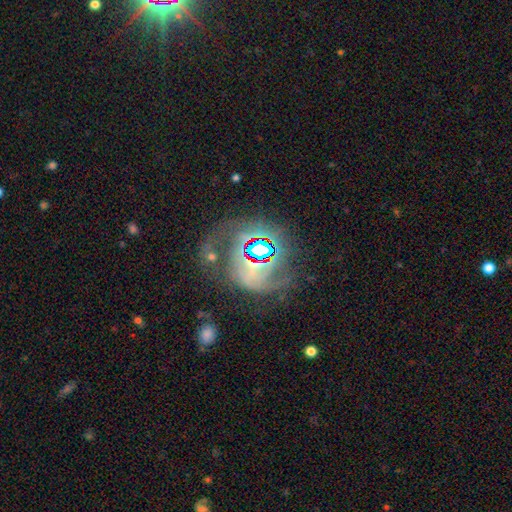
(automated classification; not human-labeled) This is possibly a featured or disk galaxy (51%). It is clearly not viewed edge-on (94%). Merging: possibly none (55%).